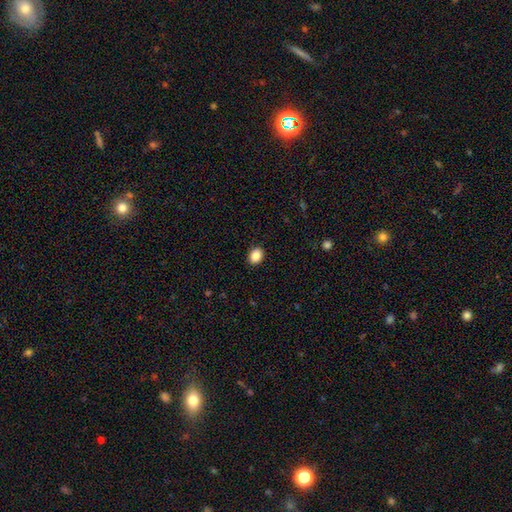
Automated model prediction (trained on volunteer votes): This is clearly a smooth galaxy (87%). How rounded: possibly in between (51%). Merging: clearly none (91%).